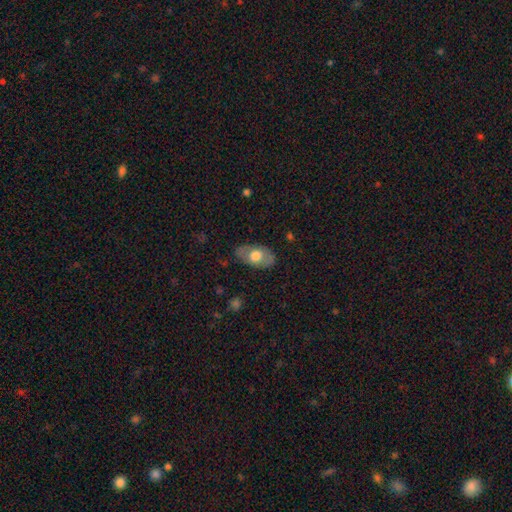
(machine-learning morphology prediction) Smooth or featured: smooth — 60% (featured or disk — 34%)
How rounded: in between — 91% (round — 7%)
Merging: none — 79% (minor disturbance — 16%)